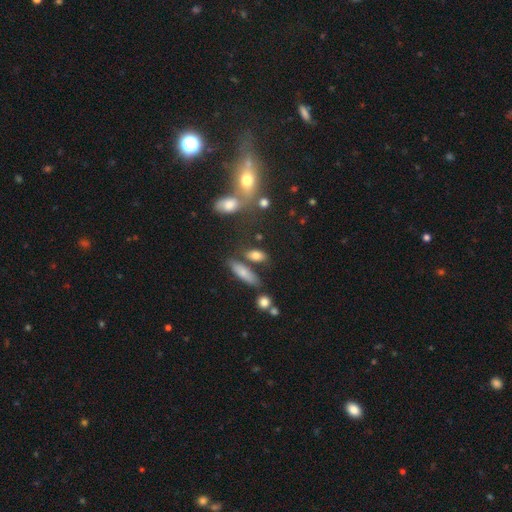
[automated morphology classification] Smooth or featured: smooth — 75% (featured or disk — 14%)
How rounded: in between — 71% (cigar-shaped — 19%)
Merging: none — 62% (merger — 17%)